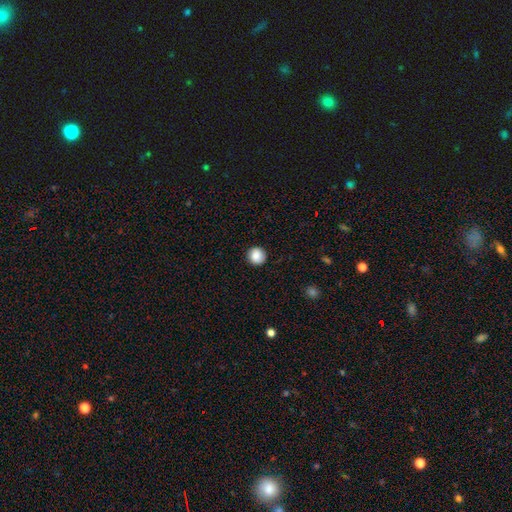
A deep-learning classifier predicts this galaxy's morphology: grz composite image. It shows a smooth galaxy with no disk features (86%) that is round (93%). Merging: none (91%).